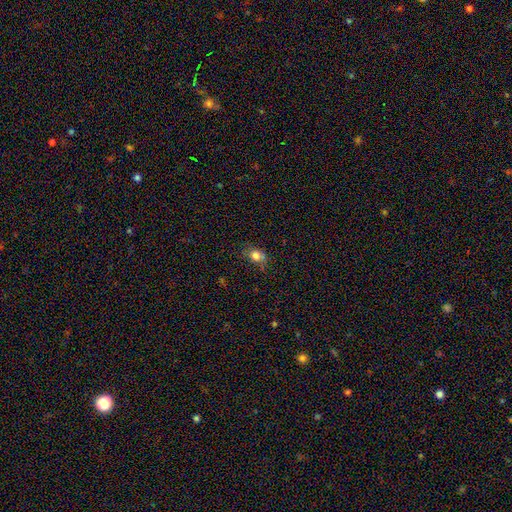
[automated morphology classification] Smooth or featured? smooth (77%)
How rounded? round (55%)
Merging? none (63%)